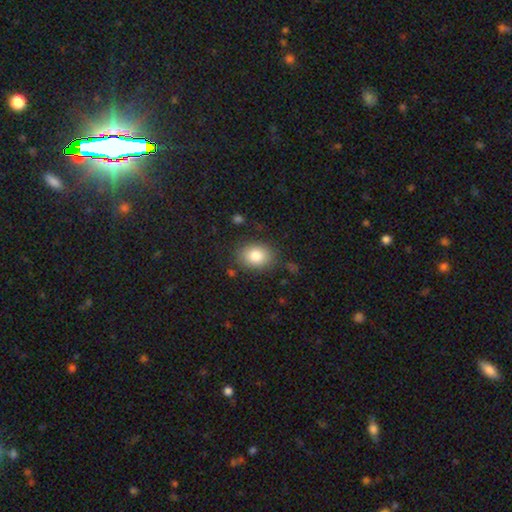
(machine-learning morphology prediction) This appears to be a smooth galaxy with no disk features (83%) that is in between round and cigar-shaped (56%). Merging: none (81%).